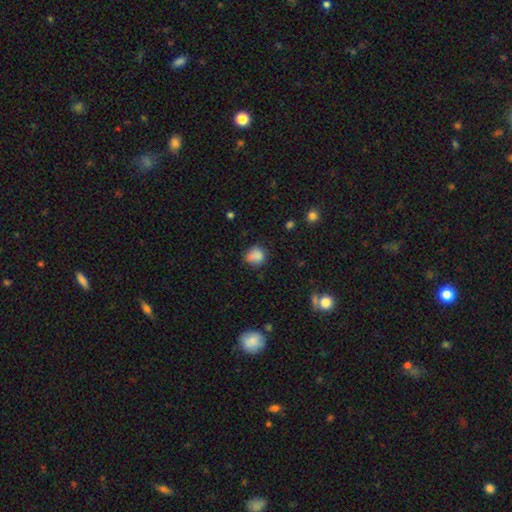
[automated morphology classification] The model was most divided on "merging": none: 64%, minor disturbance: 26%, major disturbance: 6%, merger: 4%. More confident: smooth or featured — smooth (82%); how rounded — round (70%).